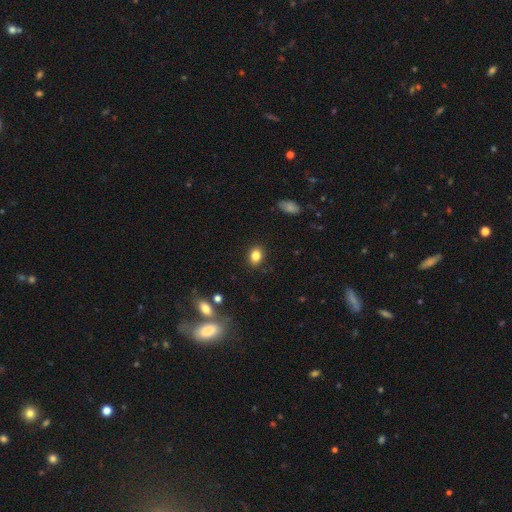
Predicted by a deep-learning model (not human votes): Q: Smooth or featured?
A: smooth (84%); runner-up: star or artifact (10%)
Q: How rounded?
A: in between (65%); runner-up: round (33%)
Q: Merging?
A: none (88%); runner-up: minor disturbance (9%)